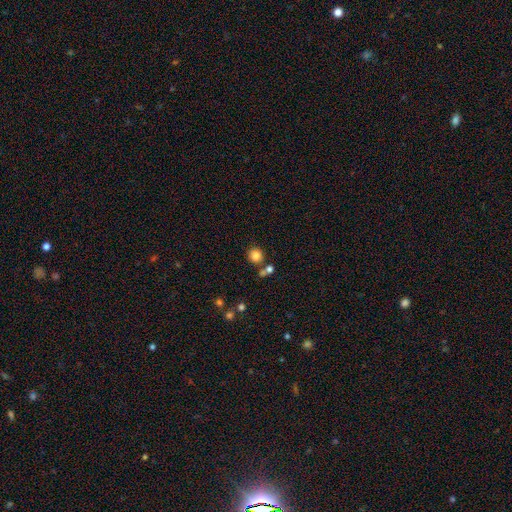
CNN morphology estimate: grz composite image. It shows a smooth galaxy with no disk features (83%) that is round (92%). Merging: none (74%).